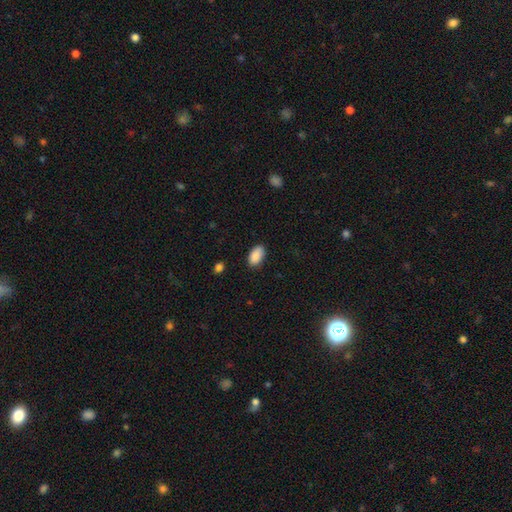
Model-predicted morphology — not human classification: Smooth or featured? smooth (90%)
How rounded? in between (94%)
Merging? none (85%)